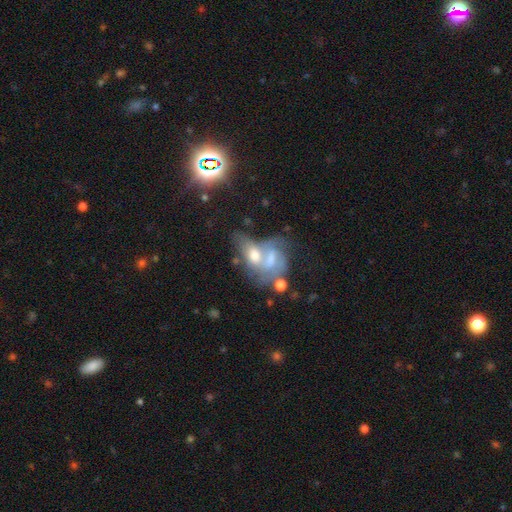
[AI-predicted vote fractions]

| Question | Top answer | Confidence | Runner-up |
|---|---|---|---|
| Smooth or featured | featured or disk | 51% | smooth (32%) |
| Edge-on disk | no | 93% | yes (7%) |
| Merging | merger | 62% | none (16%) |